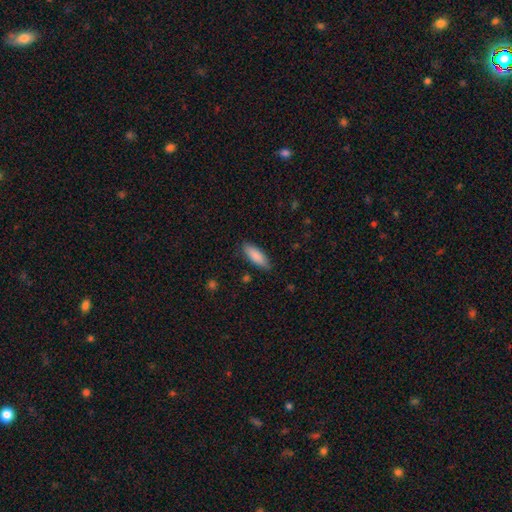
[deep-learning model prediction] This appears to be a smooth galaxy with no disk features (87%) that is in between round and cigar-shaped (62%). Merging: none (85%).